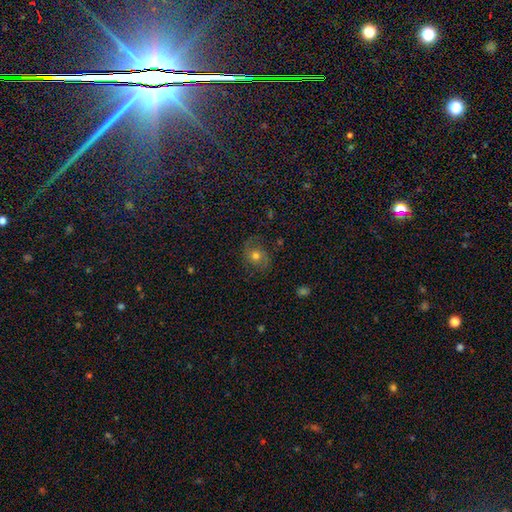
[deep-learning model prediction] A featured or disk galaxy (52%). Merging: none (73%).